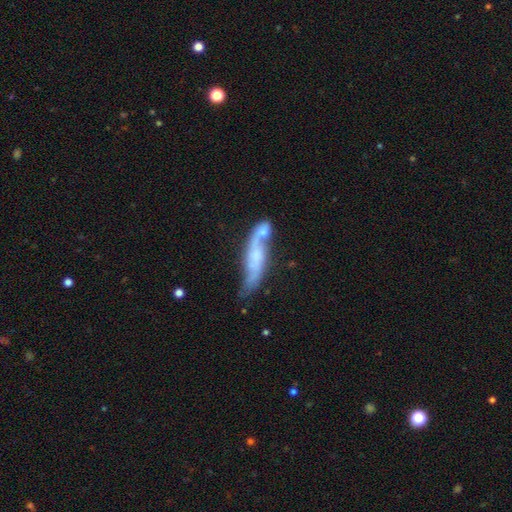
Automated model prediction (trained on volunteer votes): A featured or disk galaxy (60%).

Vote fractions:
- Smooth or featured? featured or disk: 60% / smooth: 33% / star or artifact: 8%
- Edge-on disk? no: 59% / yes: 41%
- Merging? none: 36% / merger: 31% / minor disturbance: 21% / major disturbance: 12%